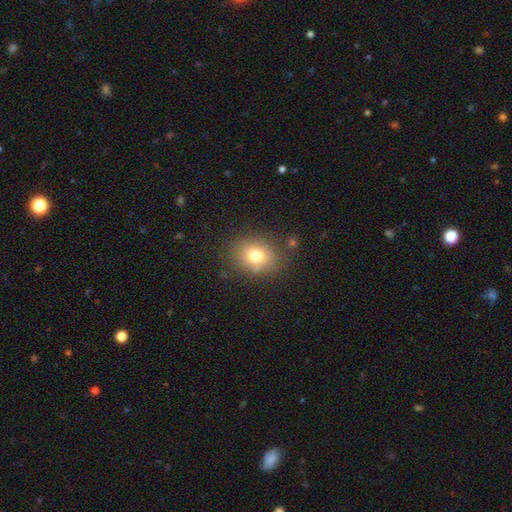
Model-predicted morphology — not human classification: Smooth or featured? Predicted: smooth (p=0.75). How rounded? Predicted: round (p=0.58). Merging? Predicted: none (p=0.80).